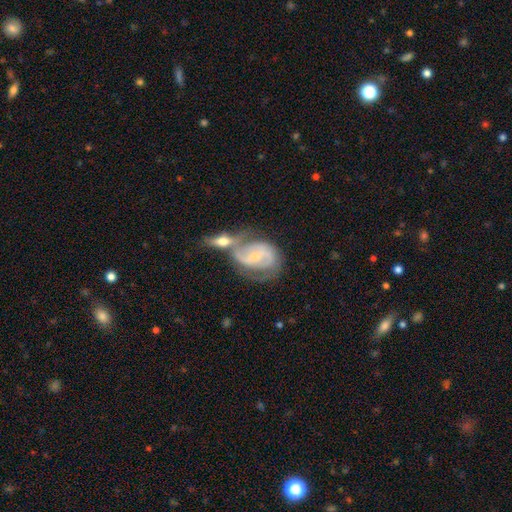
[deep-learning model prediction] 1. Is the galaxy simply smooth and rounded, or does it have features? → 84% featured or disk, 10% smooth, 6% star or artifact.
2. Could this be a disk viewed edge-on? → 96% no, 4% yes.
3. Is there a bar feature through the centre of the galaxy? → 43% weak, 39% no, 17% strong.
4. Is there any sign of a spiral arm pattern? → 94% yes, 6% no.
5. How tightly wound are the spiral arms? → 49% medium, 32% tight, 19% loose.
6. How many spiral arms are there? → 77% 2, 11% can't tell, 6% 3, 3% 1, 2% 4, 2% more than 4.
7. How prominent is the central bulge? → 66% small, 30% moderate, 2% none, 1% large, 1% dominant.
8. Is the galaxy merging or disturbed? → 46% merger, 29% none, 14% minor disturbance, 11% major disturbance.